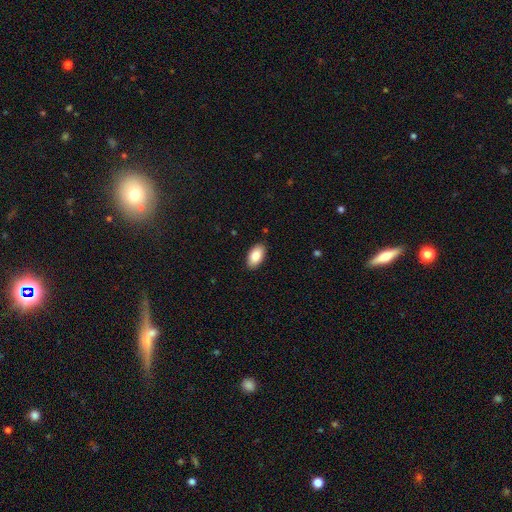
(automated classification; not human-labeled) This is clearly a smooth galaxy (86%). How rounded: clearly in between (95%). Merging: clearly none (89%).